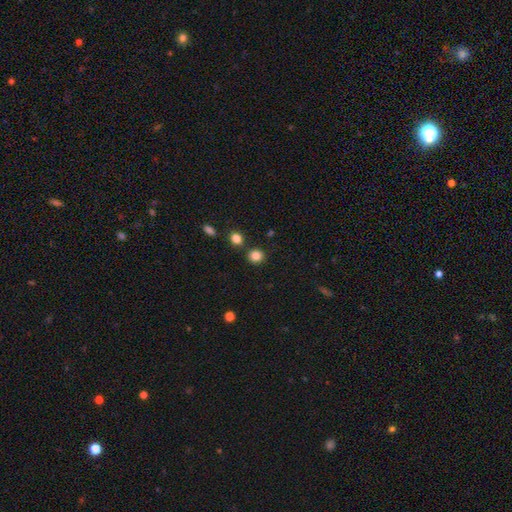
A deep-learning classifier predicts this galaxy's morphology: This appears to be a smooth galaxy with no disk features (85%) that is round (86%). Merging: none (83%).